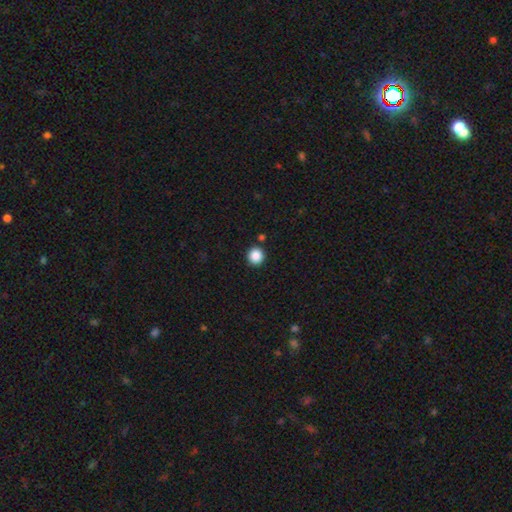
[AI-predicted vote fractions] Smooth or featured? Predicted: smooth (p=0.87). How rounded? Predicted: round (p=0.92). Merging? Predicted: none (p=0.90).